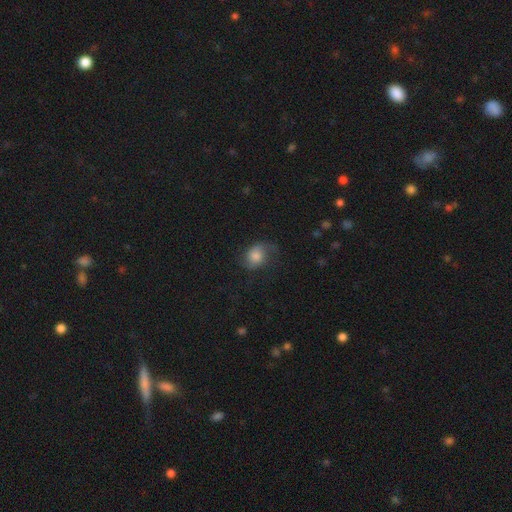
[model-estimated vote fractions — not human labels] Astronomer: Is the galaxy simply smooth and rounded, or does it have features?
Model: smooth — 58%.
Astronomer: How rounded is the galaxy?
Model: in between — 54% (runner-up: round, 45%).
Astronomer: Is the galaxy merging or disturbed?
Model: none — 57%.